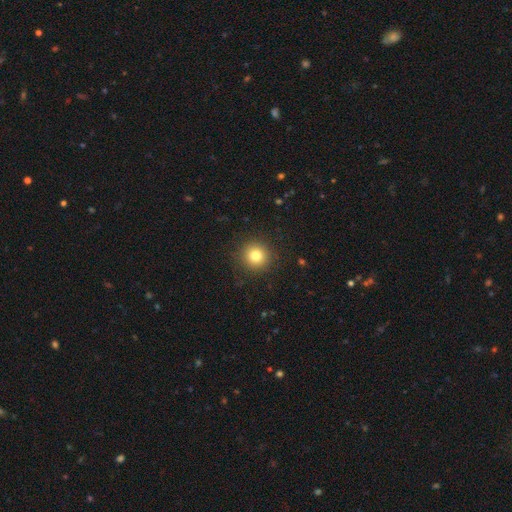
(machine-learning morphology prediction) The model was most divided on "smooth or featured": smooth: 80%, star or artifact: 12%, featured or disk: 7%. More confident: how rounded — round (93%); merging — none (91%).